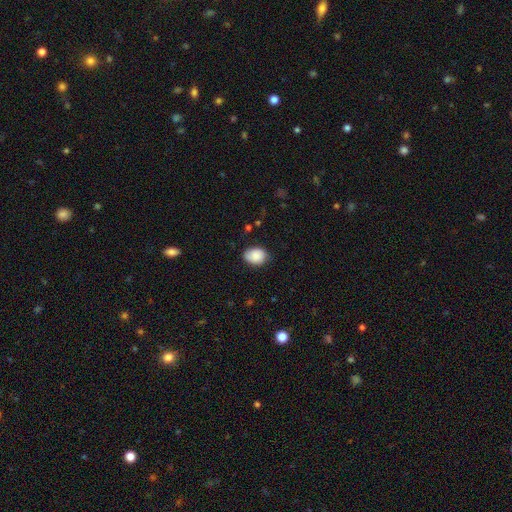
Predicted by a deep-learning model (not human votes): Smooth or featured? smooth (84%)
How rounded? in between (67%)
Merging? none (74%)